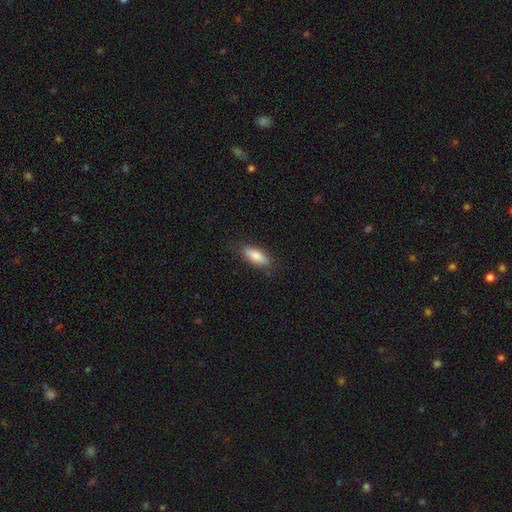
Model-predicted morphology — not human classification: Smooth or featured? smooth (82%)
How rounded? in between (69%)
Merging? none (84%)